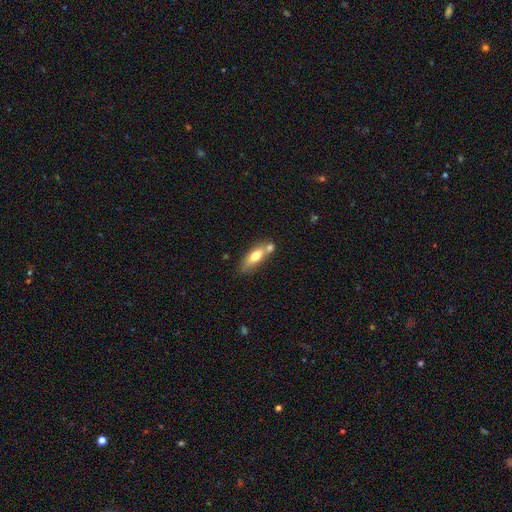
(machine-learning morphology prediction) A smooth galaxy with no disk features (65%) that is in between round and cigar-shaped (63%). Merging: none (47%).